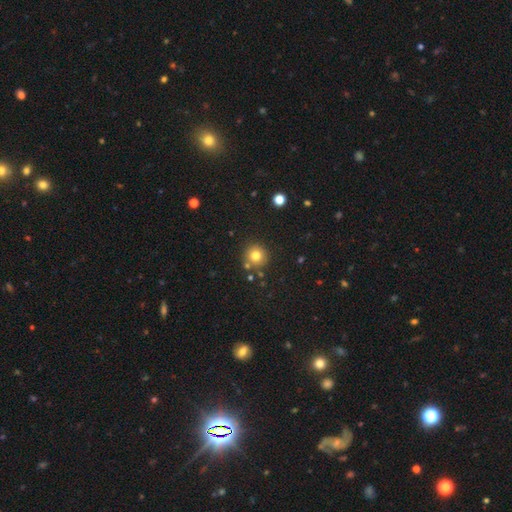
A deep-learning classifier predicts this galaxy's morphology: Smooth or featured? smooth (78%)
How rounded? round (94%)
Merging? none (81%)